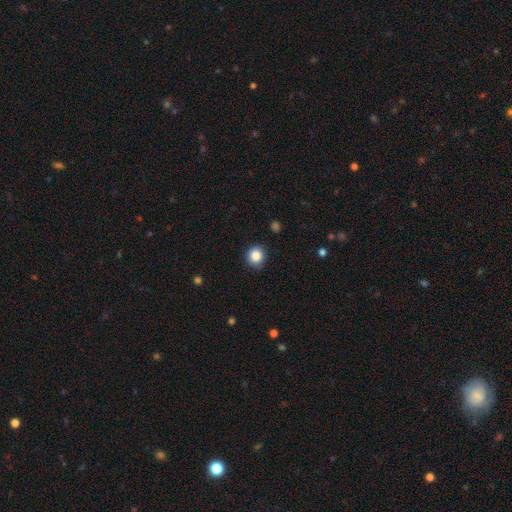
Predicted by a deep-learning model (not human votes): A smooth galaxy with no disk features (86%) that is round (88%).

Vote fractions:
- Smooth or featured? smooth: 86% / star or artifact: 10% / featured or disk: 5%
- How rounded? round: 88% / in between: 11% / cigar-shaped: 1%
- Merging? none: 84% / minor disturbance: 12% / major disturbance: 2% / merger: 1%